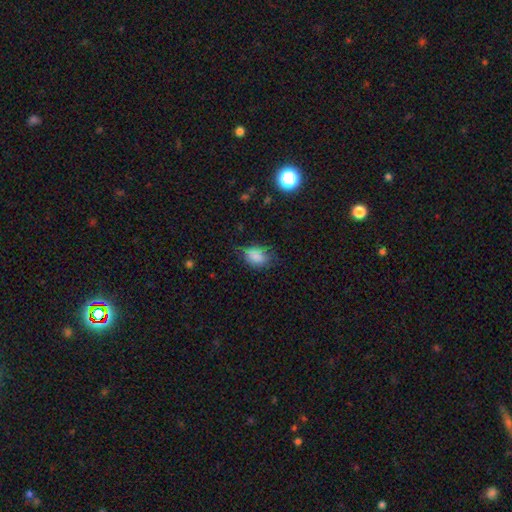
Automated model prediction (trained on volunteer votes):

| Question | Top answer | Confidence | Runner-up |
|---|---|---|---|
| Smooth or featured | smooth | 83% | star or artifact (10%) |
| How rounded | in between | 73% | round (26%) |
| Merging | none | 58% | minor disturbance (30%) |